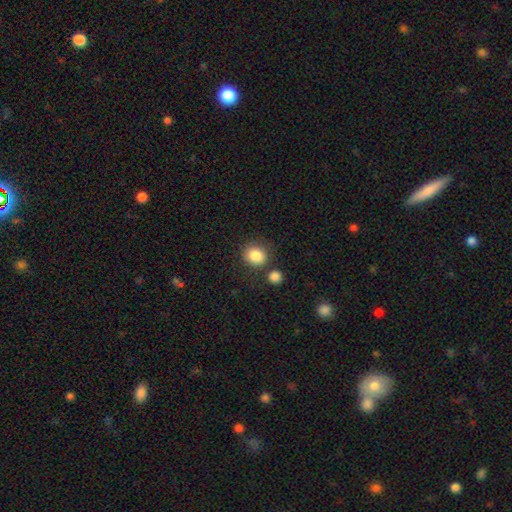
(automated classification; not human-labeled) Smooth or featured? smooth (86%)
How rounded? round (74%)
Merging? none (73%)